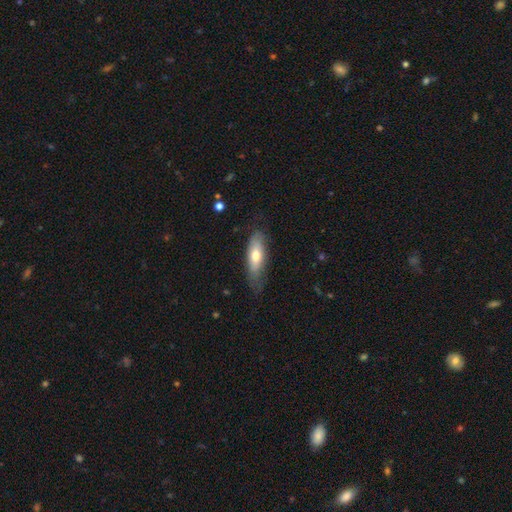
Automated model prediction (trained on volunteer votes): smooth 65%, featured or disk 29%, star or artifact 6%. Down the decision tree: how rounded — in between (64%); merging — none (63%).